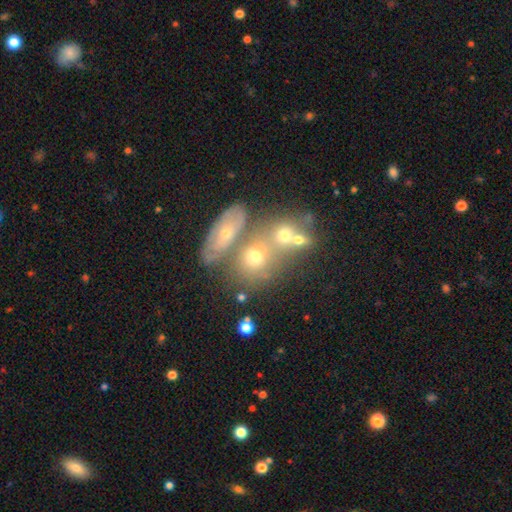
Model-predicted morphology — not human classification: Smooth or featured? smooth (52%)
How rounded? round (50%)
Merging? merger (49%)